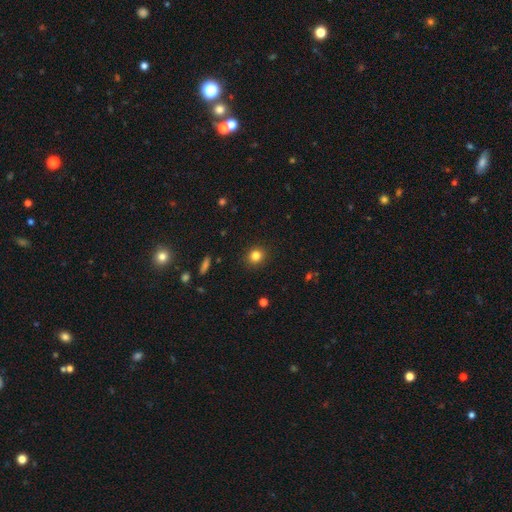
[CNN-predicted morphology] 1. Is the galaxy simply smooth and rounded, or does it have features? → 82% smooth, 12% star or artifact, 6% featured or disk.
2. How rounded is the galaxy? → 82% round, 17% in between, 1% cigar-shaped.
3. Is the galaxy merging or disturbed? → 91% none, 6% minor disturbance, 2% major disturbance, 1% merger.